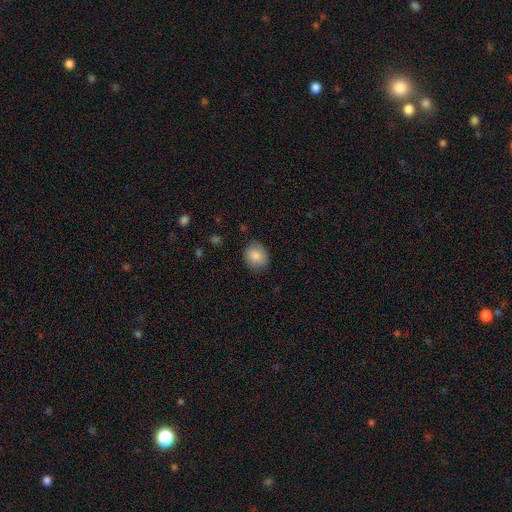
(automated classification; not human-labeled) Overall: smooth (85%). How rounded: round (66%; in between 33%). Merging: none (80%).